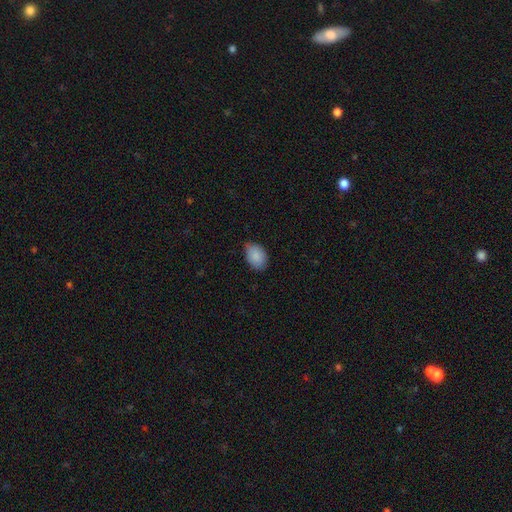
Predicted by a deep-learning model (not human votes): smooth-or-featured: smooth: 88% | star or artifact: 7% | featured or disk: 5%
  how-rounded: in between: 77% | round: 22% | cigar-shaped: 1%
  merging: none: 66% | minor disturbance: 29% | major disturbance: 4% | merger: 1%